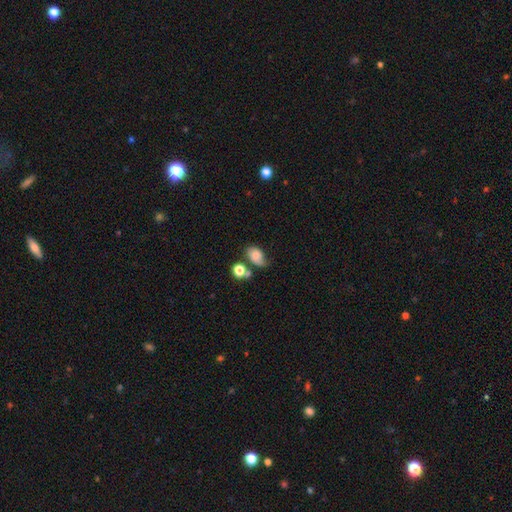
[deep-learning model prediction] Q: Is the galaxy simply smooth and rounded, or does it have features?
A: smooth — 65%.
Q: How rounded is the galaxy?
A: in between — 79%.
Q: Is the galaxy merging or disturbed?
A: none — 37%.